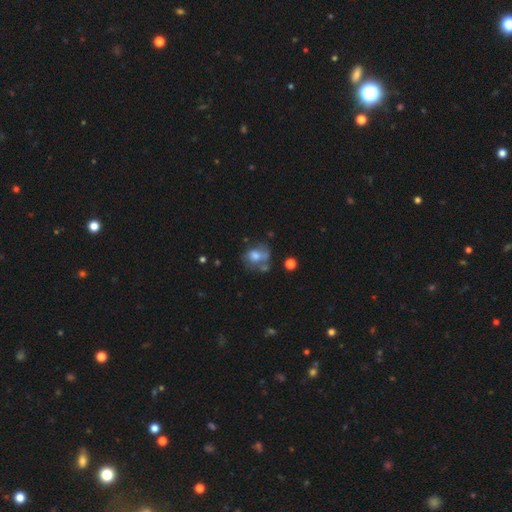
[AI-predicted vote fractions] Q: Smooth or featured?
A: smooth (54%); runner-up: featured or disk (35%)
Q: How rounded?
A: round (52%); runner-up: in between (47%)
Q: Merging?
A: none (39%); runner-up: minor disturbance (25%)